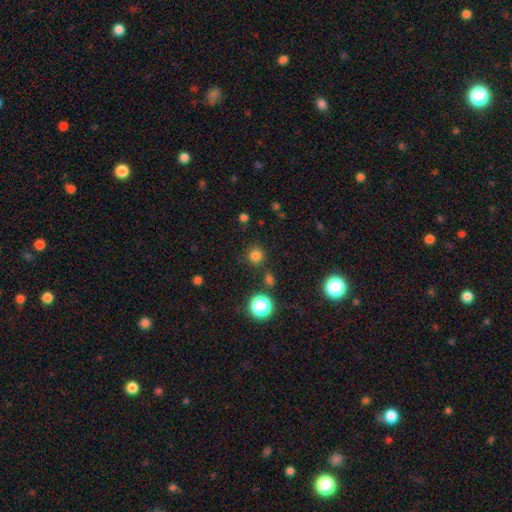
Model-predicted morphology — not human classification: A smooth galaxy with no disk features (77%) that is round (91%).

Vote fractions:
- Smooth or featured? smooth: 77% / star or artifact: 19% / featured or disk: 4%
- How rounded? round: 91% / in between: 8% / cigar-shaped: 1%
- Merging? none: 84% / minor disturbance: 8% / merger: 4% / major disturbance: 3%